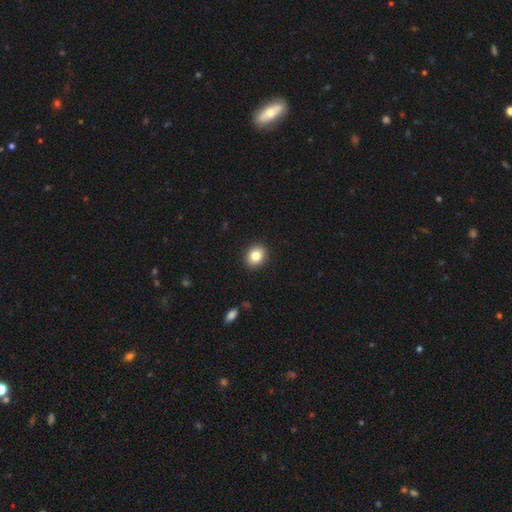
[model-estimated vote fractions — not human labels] A smooth galaxy with no disk features (83%) that is round (62%).

Vote fractions:
- Smooth or featured? smooth: 83% / star or artifact: 10% / featured or disk: 8%
- How rounded? round: 62% / in between: 37% / cigar-shaped: 1%
- Merging? none: 91% / minor disturbance: 6% / major disturbance: 2% / merger: 1%